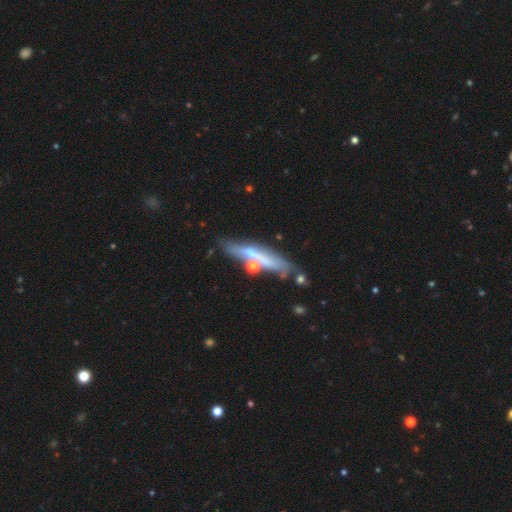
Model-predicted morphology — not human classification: A featured or disk galaxy (56%) viewed edge-on (78%). Merging: none (65%).